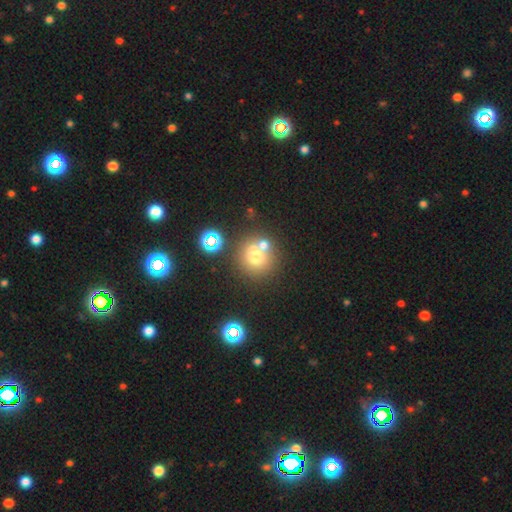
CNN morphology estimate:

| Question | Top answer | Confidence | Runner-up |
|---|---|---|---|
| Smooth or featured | smooth | 61% | star or artifact (20%) |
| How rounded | round | 89% | in between (11%) |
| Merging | none | 55% | merger (33%) |